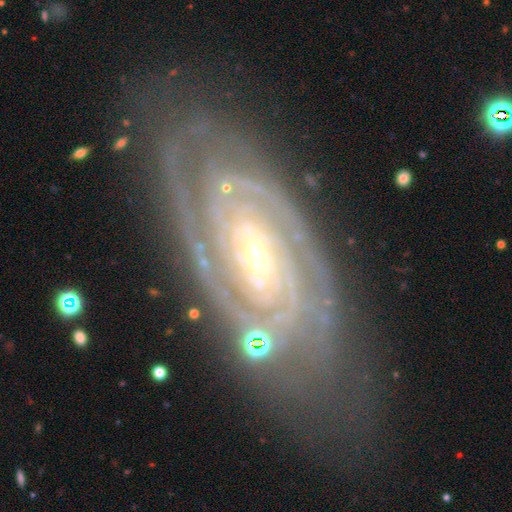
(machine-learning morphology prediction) smooth_or_featured: featured or disk (p=0.91) [alt: star or artifact p=0.05]
disk_edge_on: no (p=0.96) [alt: yes p=0.04]
bar: weak (p=0.41) [alt: strong p=0.31]
has_spiral_arms: yes (p=0.98) [alt: no p=0.02]
spiral_winding: tight (p=0.79) [alt: medium p=0.18]
spiral_arm_count: 2 (p=0.44) [alt: 3 p=0.17]
bulge_size: small (p=0.60) [alt: moderate p=0.32]
merging: none (p=0.73) [alt: minor disturbance p=0.17]